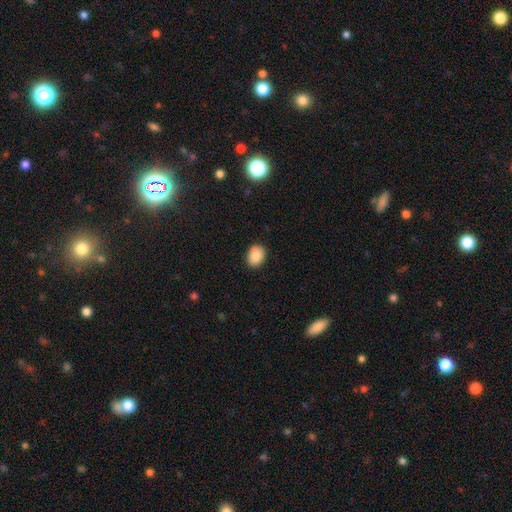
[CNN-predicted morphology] Q: Smooth or featured?
A: smooth (88%); runner-up: star or artifact (8%)
Q: How rounded?
A: in between (67%); runner-up: round (32%)
Q: Merging?
A: none (87%); runner-up: minor disturbance (10%)